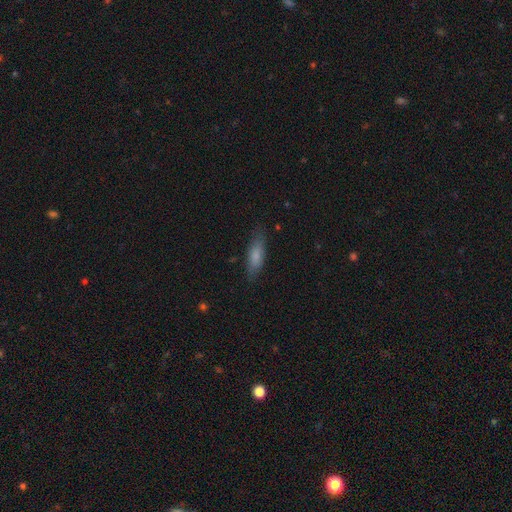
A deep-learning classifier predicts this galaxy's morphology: smooth_or_featured: smooth (p=0.79) [alt: featured or disk p=0.14]
how_rounded: in between (p=0.49) [tied with: cigar-shaped p=0.49]
merging: none (p=0.80) [alt: minor disturbance p=0.15]